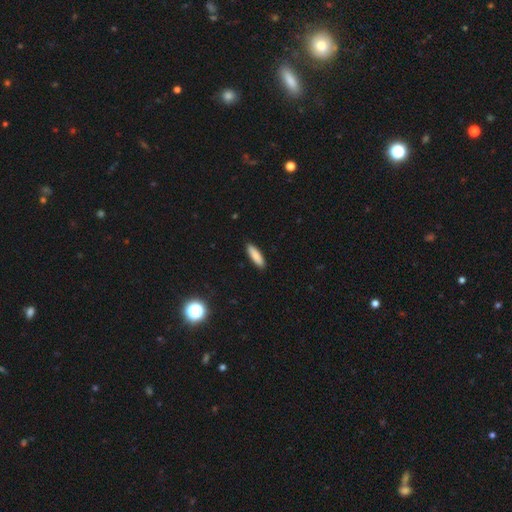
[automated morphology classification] Q: Smooth or featured?
A: smooth (86%); runner-up: featured or disk (7%)
Q: How rounded?
A: cigar-shaped (58%); runner-up: in between (40%)
Q: Merging?
A: none (90%); runner-up: minor disturbance (8%)